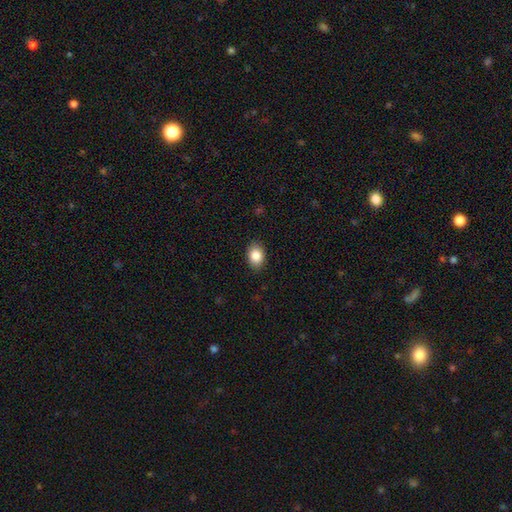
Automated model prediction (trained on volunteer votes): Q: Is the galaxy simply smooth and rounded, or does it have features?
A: smooth — 86%.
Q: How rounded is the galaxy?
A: in between — 70%.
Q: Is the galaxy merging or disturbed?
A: none — 88%.